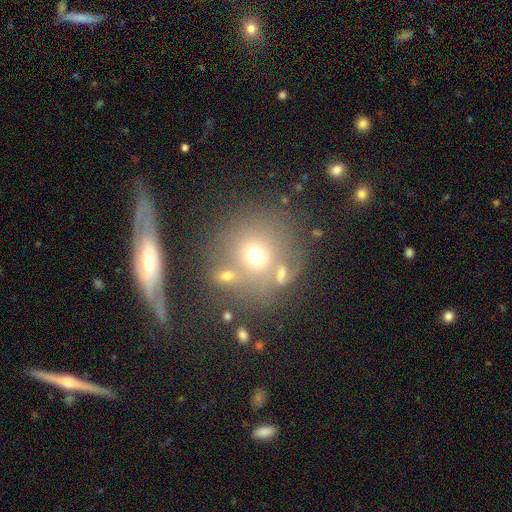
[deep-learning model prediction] This is likely a smooth galaxy (65%). How rounded: clearly round (84%). Merging: possibly none (57%).